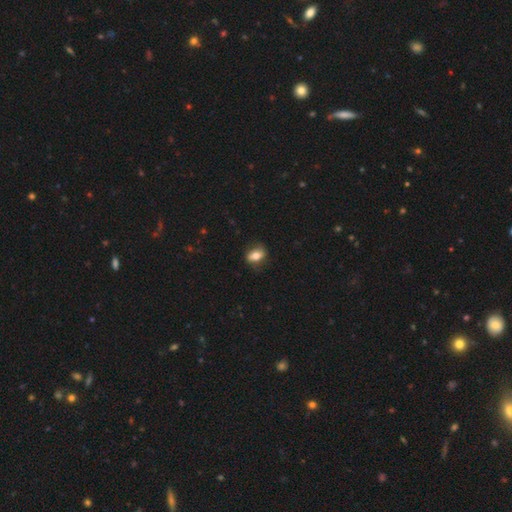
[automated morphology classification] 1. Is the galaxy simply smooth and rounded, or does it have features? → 67% smooth, 24% featured or disk, 8% star or artifact.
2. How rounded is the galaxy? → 78% in between, 18% round, 4% cigar-shaped.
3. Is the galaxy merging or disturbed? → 77% none, 17% minor disturbance, 5% major disturbance, 1% merger.